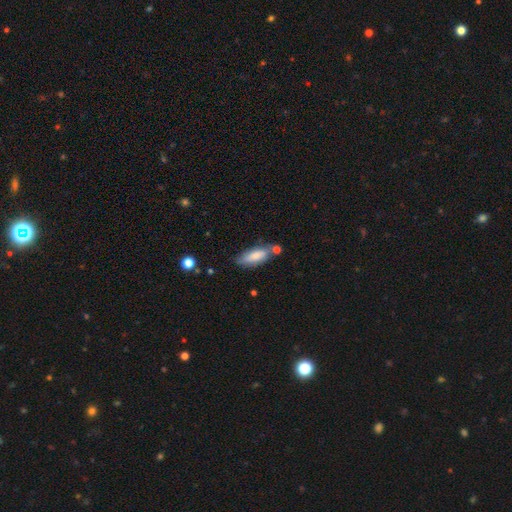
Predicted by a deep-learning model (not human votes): The model was most divided on "how rounded": in between: 63%, cigar-shaped: 35%, round: 2%. More confident: smooth or featured — smooth (78%); merging — none (62%).